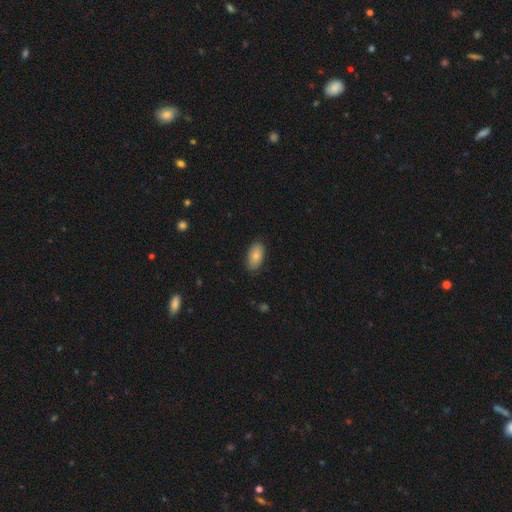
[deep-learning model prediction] smooth_or_featured: smooth (p=0.80) [alt: featured or disk p=0.12]
how_rounded: in between (p=0.93) [alt: round p=0.04]
merging: none (p=0.86) [alt: minor disturbance p=0.11]